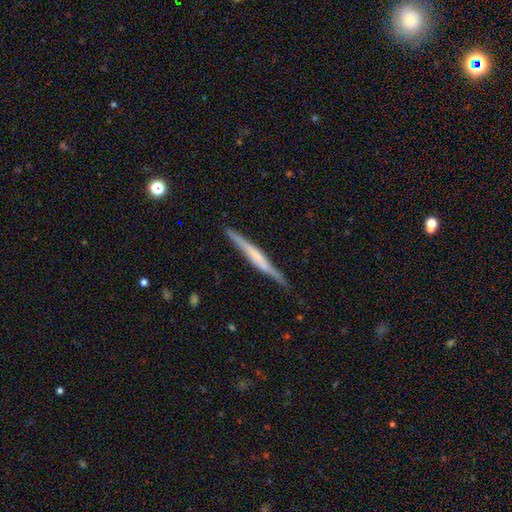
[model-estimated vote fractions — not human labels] featured or disk 65%, smooth 29%, star or artifact 6%. Down the decision tree: edge-on disk — yes (97%); edge-on bulge — none (41%); merging — none (85%).